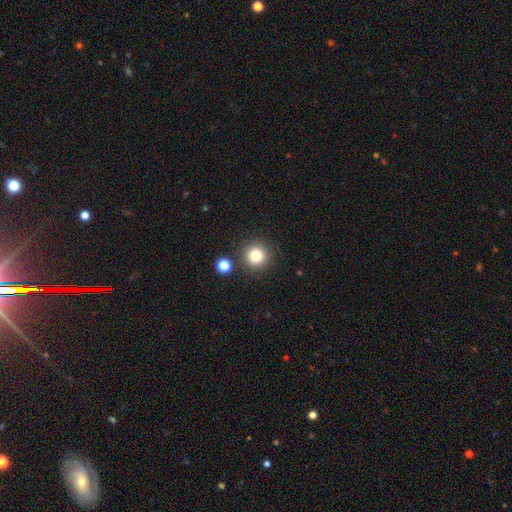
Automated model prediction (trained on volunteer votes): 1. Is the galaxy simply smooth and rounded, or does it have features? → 80% smooth, 13% star or artifact, 7% featured or disk.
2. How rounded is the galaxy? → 95% round, 4% in between, 1% cigar-shaped.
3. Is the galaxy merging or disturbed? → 86% none, 6% minor disturbance, 5% merger, 3% major disturbance.